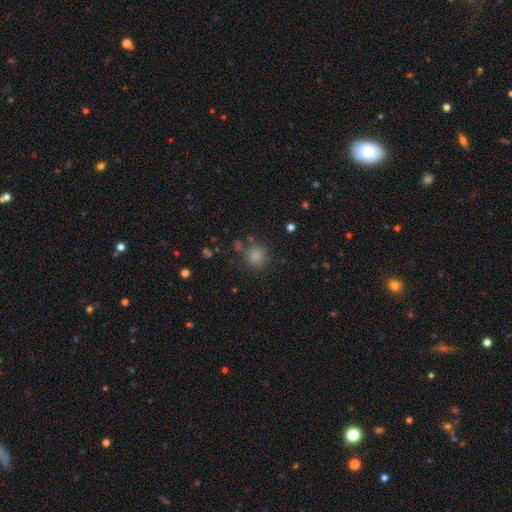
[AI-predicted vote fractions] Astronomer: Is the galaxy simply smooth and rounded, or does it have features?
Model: smooth — 82%.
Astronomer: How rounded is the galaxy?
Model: round — 89%.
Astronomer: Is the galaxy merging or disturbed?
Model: none — 79%.